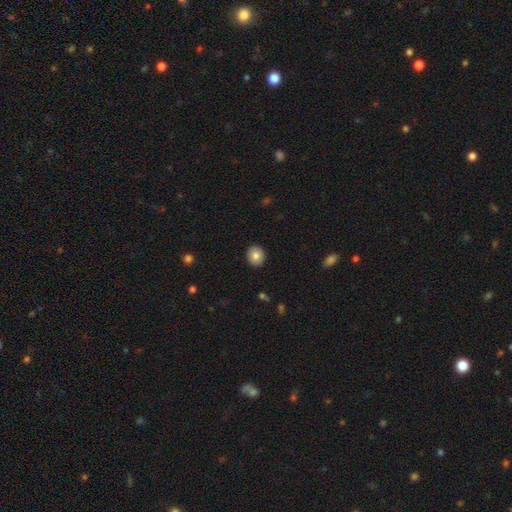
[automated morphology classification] smooth 79%, featured or disk 13%, star or artifact 8%. Down the decision tree: how rounded — round (79%); merging — none (91%).